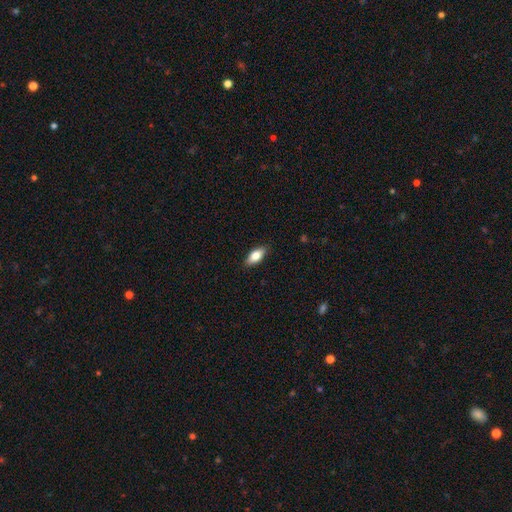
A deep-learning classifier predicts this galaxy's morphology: Smooth or featured? smooth (78%)
How rounded? in between (84%)
Merging? none (88%)